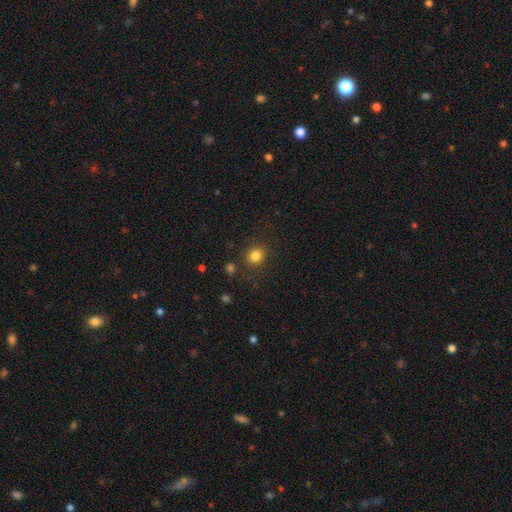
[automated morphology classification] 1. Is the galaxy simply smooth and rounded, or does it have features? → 83% smooth, 12% star or artifact, 5% featured or disk.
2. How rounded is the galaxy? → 88% round, 11% in between, 1% cigar-shaped.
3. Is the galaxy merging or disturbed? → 85% none, 9% minor disturbance, 4% major disturbance, 3% merger.